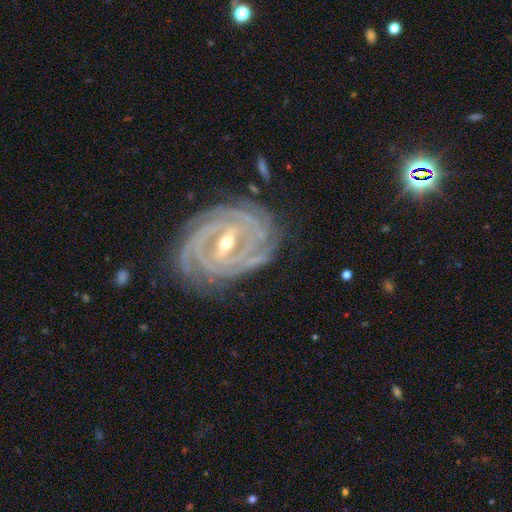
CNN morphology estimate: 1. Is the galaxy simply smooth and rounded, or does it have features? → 92% featured or disk, 5% star or artifact, 3% smooth.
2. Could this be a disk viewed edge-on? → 96% no, 4% yes.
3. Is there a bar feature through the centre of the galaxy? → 52% strong, 36% weak, 11% no.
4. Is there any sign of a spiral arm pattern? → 98% yes, 2% no.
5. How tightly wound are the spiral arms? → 85% tight, 13% medium, 2% loose.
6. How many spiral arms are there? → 26% 4, 25% 3, 18% can't tell, 15% 2, 10% more than 4, 7% 1.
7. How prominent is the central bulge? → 56% moderate, 41% small, 2% large, 1% none, 1% dominant.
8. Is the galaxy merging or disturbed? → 79% none, 15% minor disturbance, 4% major disturbance, 1% merger.